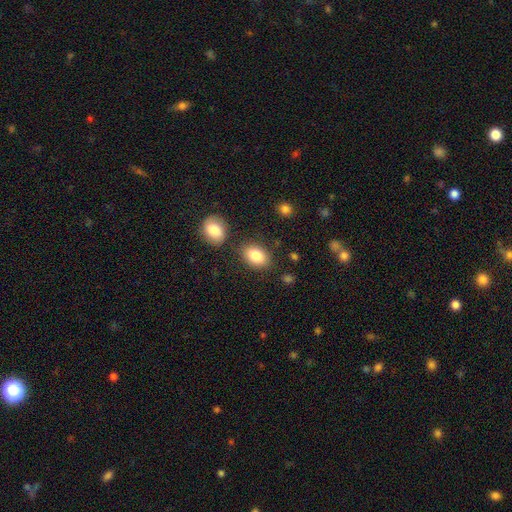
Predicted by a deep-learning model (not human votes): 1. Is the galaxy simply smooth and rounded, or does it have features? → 85% smooth, 8% featured or disk, 7% star or artifact.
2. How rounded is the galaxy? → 85% in between, 14% round, 1% cigar-shaped.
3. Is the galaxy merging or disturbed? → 78% none, 12% minor disturbance, 7% merger, 3% major disturbance.